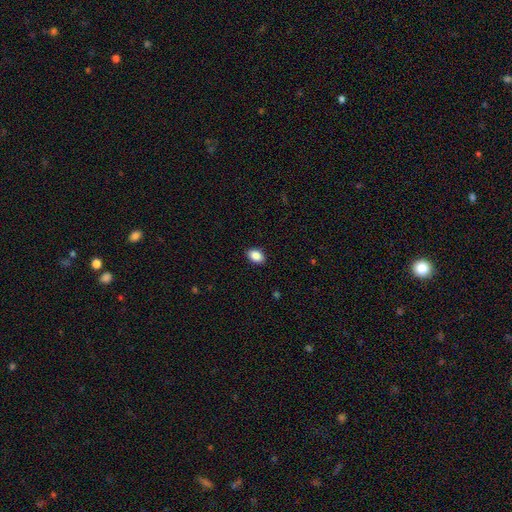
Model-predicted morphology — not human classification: Smooth or featured? Predicted: smooth (p=0.89). How rounded? Predicted: in between (p=0.81). Merging? Predicted: none (p=0.90).